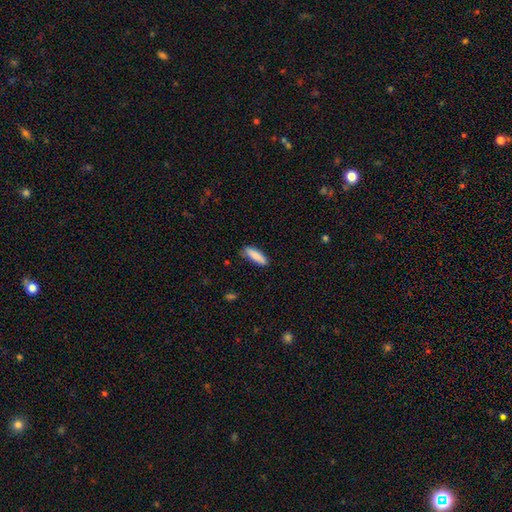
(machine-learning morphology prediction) smooth 88%, featured or disk 6%, star or artifact 6%. Down the decision tree: how rounded — cigar-shaped (56%); merging — none (81%).